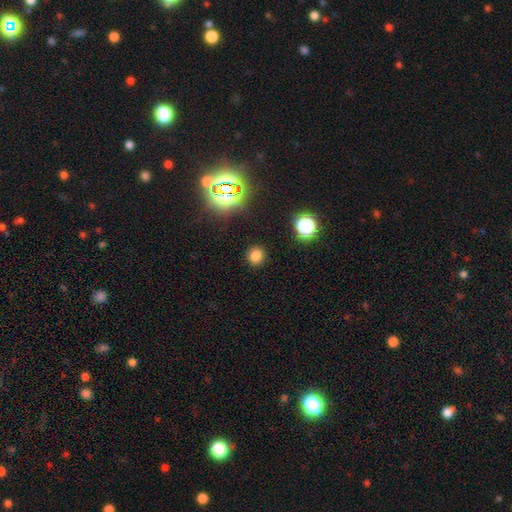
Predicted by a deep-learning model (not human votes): Smooth or featured? smooth (77%)
How rounded? round (86%)
Merging? none (90%)